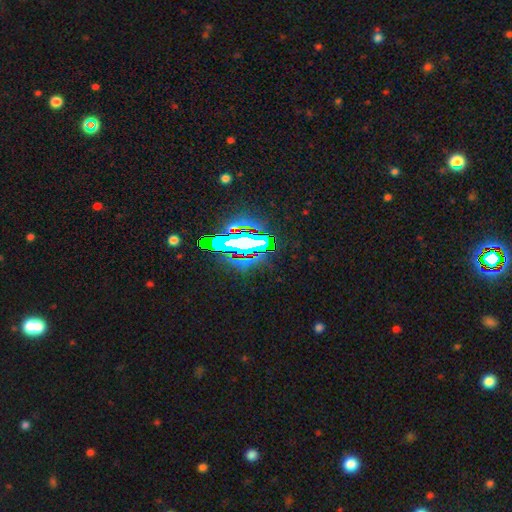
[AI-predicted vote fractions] smooth_or_featured: star or artifact (p=0.67) [alt: smooth p=0.18]